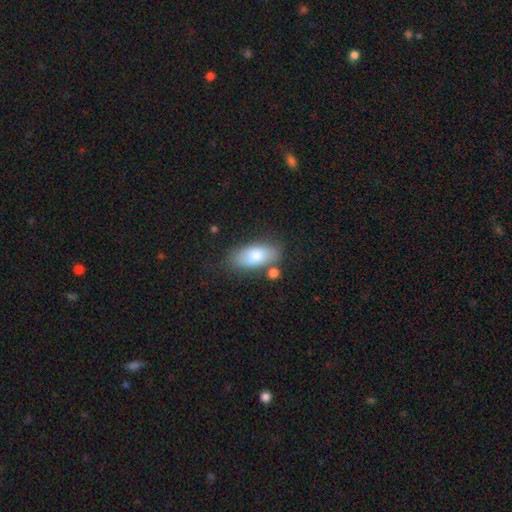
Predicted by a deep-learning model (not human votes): Smooth or featured? smooth (76%)
How rounded? in between (89%)
Merging? none (73%)